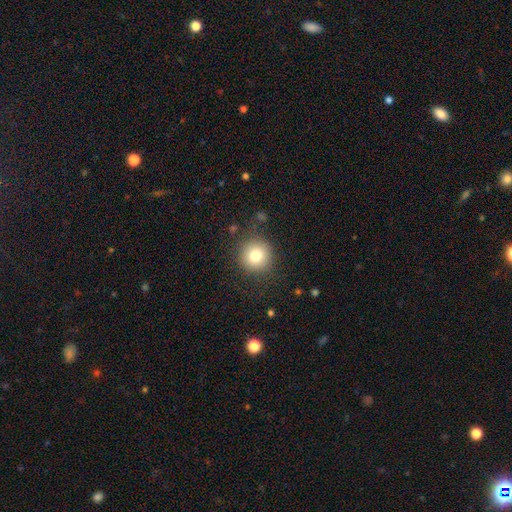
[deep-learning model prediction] A smooth galaxy with no disk features (80%) that is round (94%). Merging: none (86%).